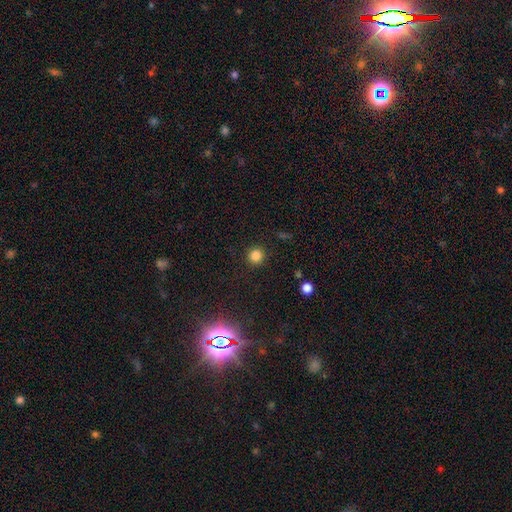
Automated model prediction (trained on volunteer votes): Overall: smooth (83%). How rounded: round (94%). Merging: none (92%).